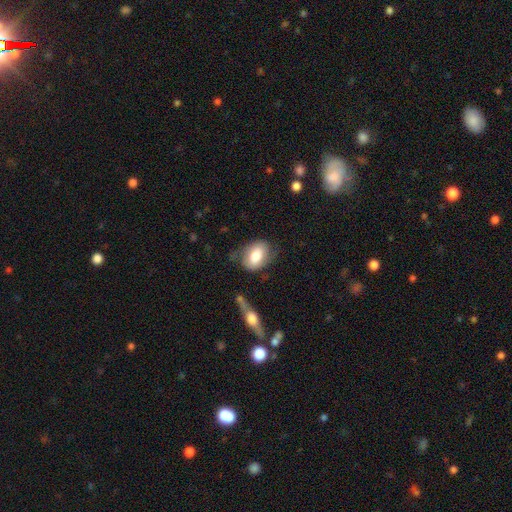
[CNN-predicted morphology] smooth 71%, featured or disk 22%, star or artifact 7%. Down the decision tree: how rounded — in between (81%); merging — none (63%).